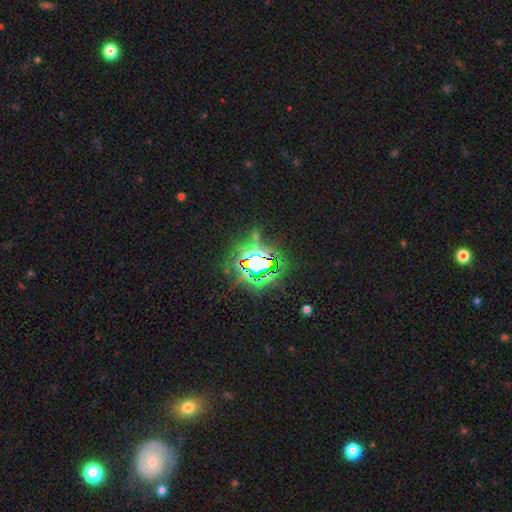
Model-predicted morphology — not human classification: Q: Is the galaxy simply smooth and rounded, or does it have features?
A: star or artifact — 84%.